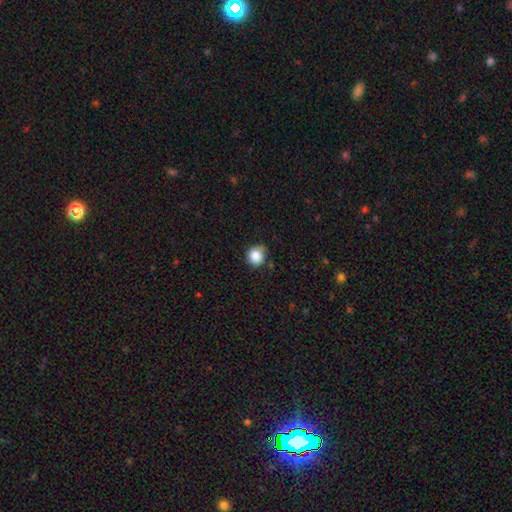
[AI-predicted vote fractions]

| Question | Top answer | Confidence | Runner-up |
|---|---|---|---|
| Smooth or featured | smooth | 86% | star or artifact (10%) |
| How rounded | round | 87% | in between (12%) |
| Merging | none | 70% | minor disturbance (23%) |